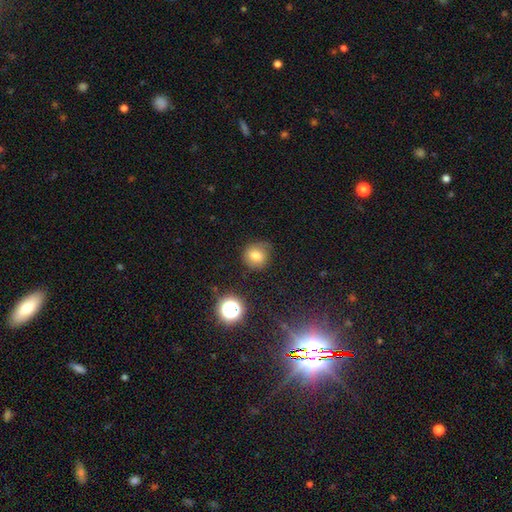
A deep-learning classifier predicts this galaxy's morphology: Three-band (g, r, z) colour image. It shows a smooth galaxy with no disk features (76%) that is round (85%). Merging: none (69%).